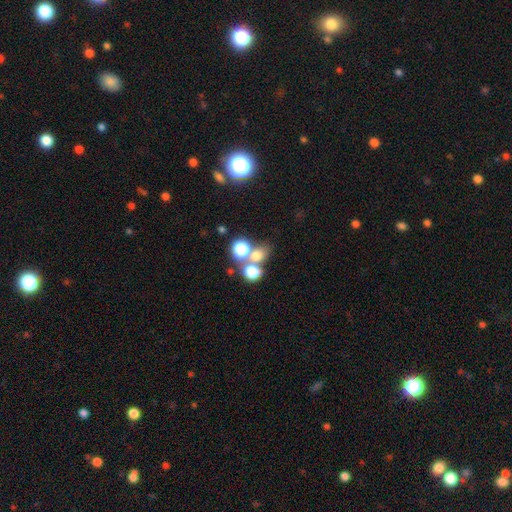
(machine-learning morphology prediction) This appears to be a smooth galaxy with no disk features (66%) that is round (61%). Merging: merger (45%).